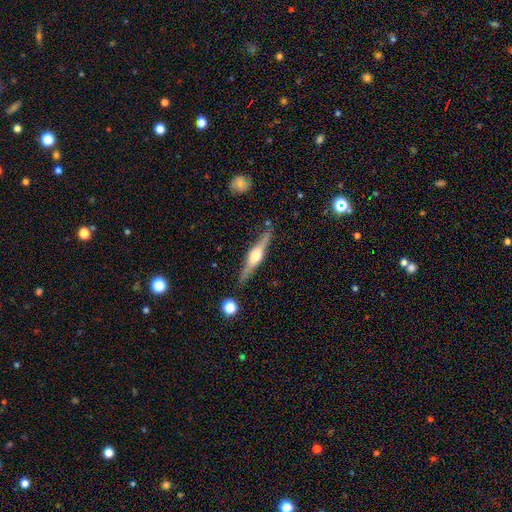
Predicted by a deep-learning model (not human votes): Q: Smooth or featured?
A: featured or disk (73%); runner-up: smooth (22%)
Q: Edge-on disk?
A: yes (97%); runner-up: no (3%)
Q: Edge-on bulge?
A: rounded (88%); runner-up: boxy (9%)
Q: Merging?
A: none (84%); runner-up: minor disturbance (11%)